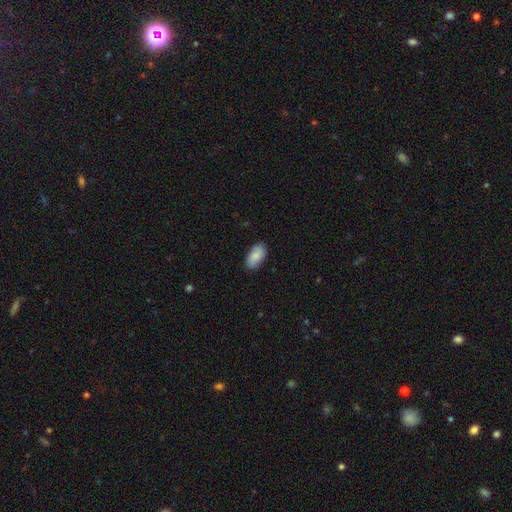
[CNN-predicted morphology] smooth-or-featured: smooth: 86% | featured or disk: 8% | star or artifact: 6%
  how-rounded: in between: 94% | cigar-shaped: 3% | round: 3%
  merging: none: 84% | minor disturbance: 12% | major disturbance: 2% | merger: 1%